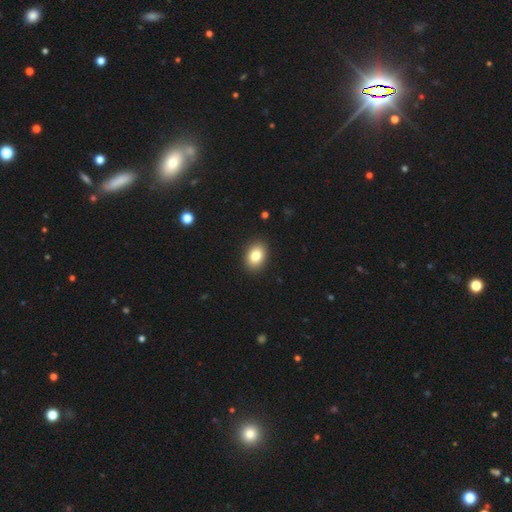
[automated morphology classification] Smooth or featured?
  - smooth: 83% *
  - star or artifact: 9%
  - featured or disk: 8%
How rounded?
  - in between: 74% *
  - round: 24%
  - cigar-shaped: 1%
Merging?
  - none: 90% *
  - minor disturbance: 7%
  - major disturbance: 2%
  - merger: 1%